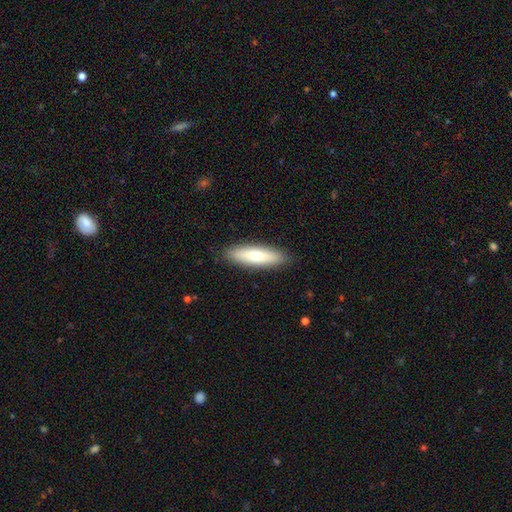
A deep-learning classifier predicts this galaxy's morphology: A smooth galaxy with no disk features (70%) that is cigar-shaped (59%). Merging: none (89%).